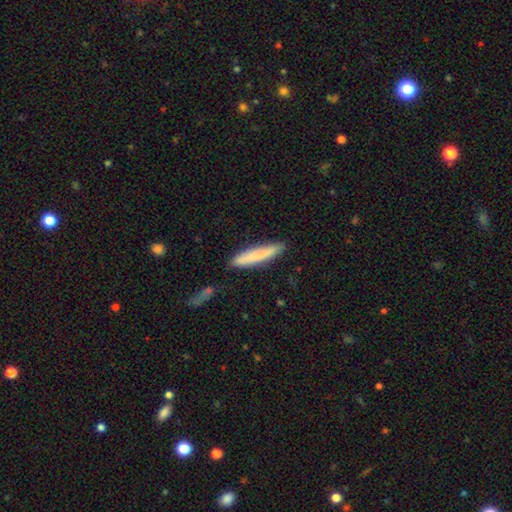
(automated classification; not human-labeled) Morphology: type=smooth (77%); roundness=cigar-shaped (92%); merging=none (87%).